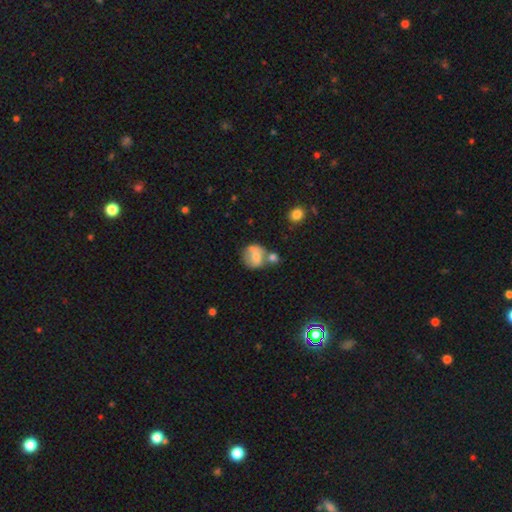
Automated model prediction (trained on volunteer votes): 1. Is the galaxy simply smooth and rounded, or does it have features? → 67% smooth, 25% featured or disk, 9% star or artifact.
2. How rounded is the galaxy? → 75% round, 24% in between, 1% cigar-shaped.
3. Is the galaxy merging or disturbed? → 40% none, 30% merger, 20% minor disturbance, 9% major disturbance.